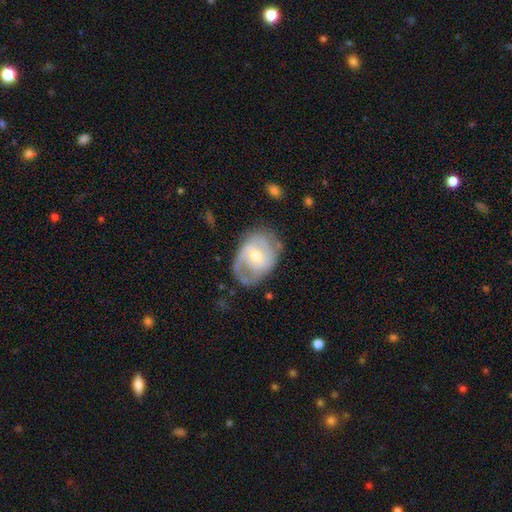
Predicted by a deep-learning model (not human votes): Morphology: type=featured or disk (71%); edge-on=no (96%); bar=no (53%); spiral arms=yes (82%); winding=medium (42%); arm count=2 (55%); bulge=moderate (55%); merging=none (60%).